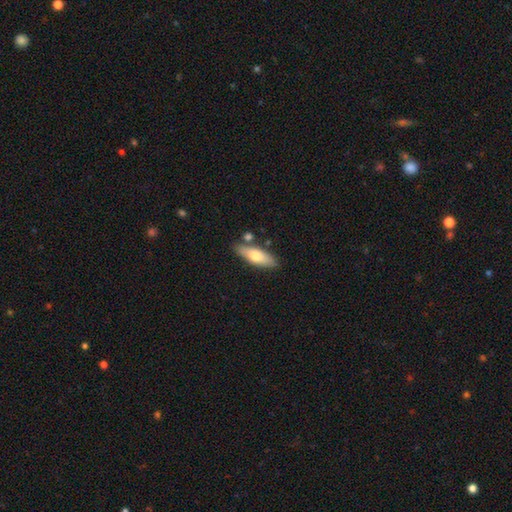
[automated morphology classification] Q: Smooth or featured?
A: smooth (64%); runner-up: featured or disk (30%)
Q: How rounded?
A: in between (59%); runner-up: cigar-shaped (39%)
Q: Merging?
A: none (77%); runner-up: minor disturbance (12%)